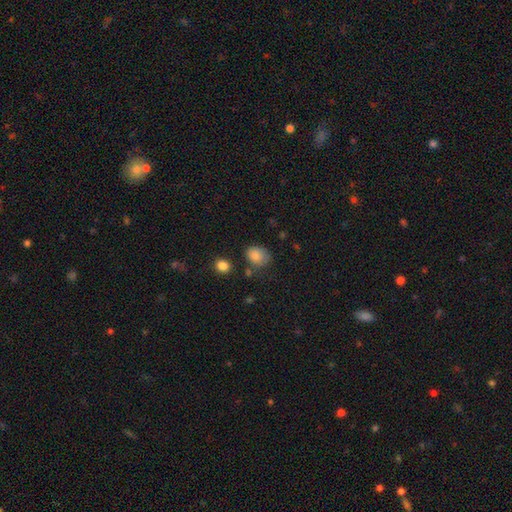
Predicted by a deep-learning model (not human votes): Smooth or featured? Predicted: smooth (p=0.83). How rounded? Predicted: in between (p=0.51). Merging? Predicted: none (p=0.63).